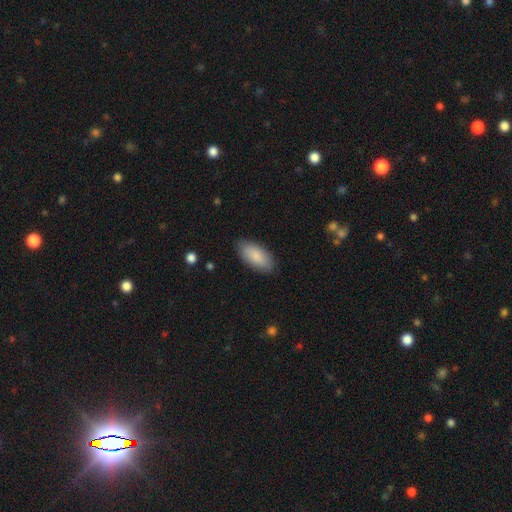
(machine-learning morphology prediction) Smooth or featured? Predicted: smooth (p=0.87). How rounded? Predicted: in between (p=0.91). Merging? Predicted: none (p=0.85).